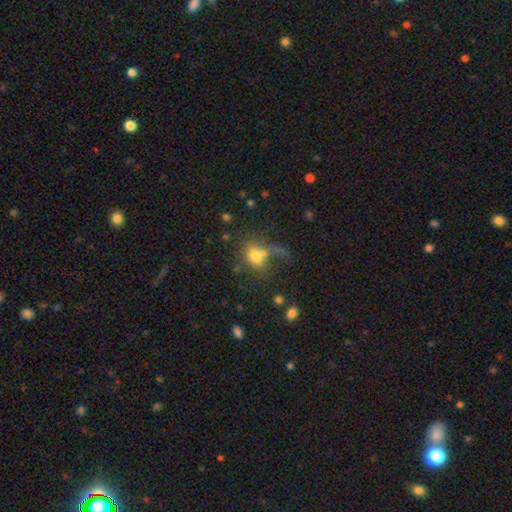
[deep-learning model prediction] smooth-or-featured: smooth: 72% | featured or disk: 16% | star or artifact: 13%
  how-rounded: in between: 60% | round: 38% | cigar-shaped: 2%
  merging: none: 34% | merger: 32% | major disturbance: 20% | minor disturbance: 14%